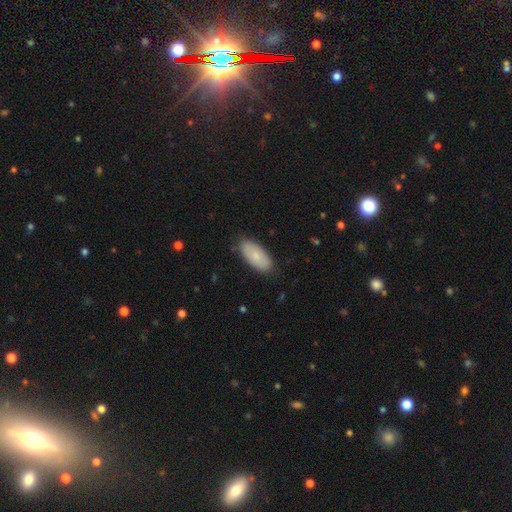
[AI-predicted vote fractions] Overall: smooth (79%). How rounded: in between (92%). Merging: none (82%).